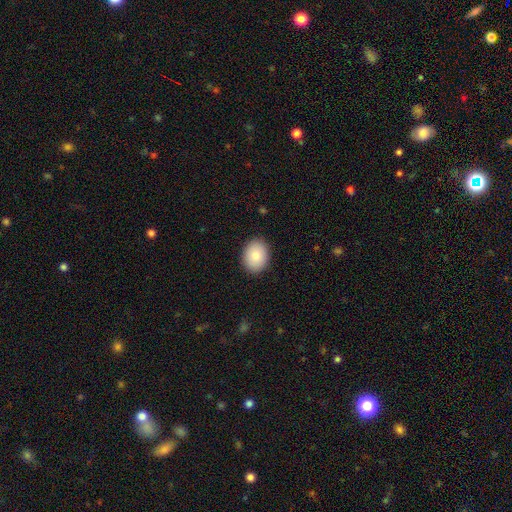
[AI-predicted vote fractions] smooth-or-featured: smooth: 83% | featured or disk: 10% | star or artifact: 7%
  how-rounded: in between: 62% | round: 37% | cigar-shaped: 1%
  merging: none: 89% | minor disturbance: 8% | major disturbance: 2% | merger: 1%